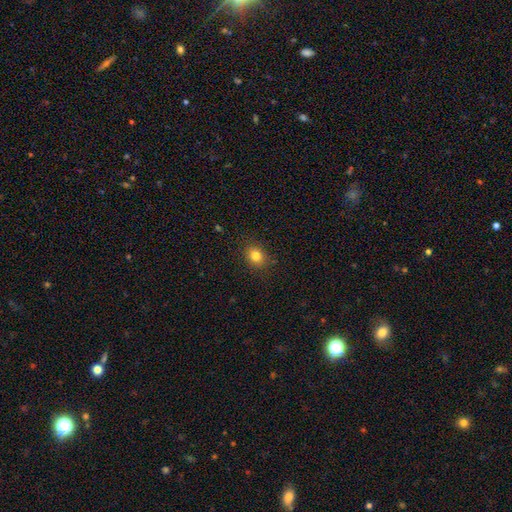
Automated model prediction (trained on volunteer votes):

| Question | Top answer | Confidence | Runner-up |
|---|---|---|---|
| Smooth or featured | smooth | 82% | star or artifact (12%) |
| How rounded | round | 59% | in between (40%) |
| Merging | none | 88% | minor disturbance (9%) |